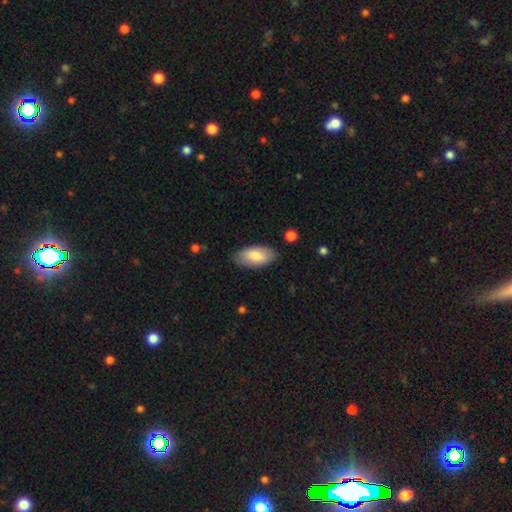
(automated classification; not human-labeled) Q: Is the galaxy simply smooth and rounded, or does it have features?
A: smooth — 84%.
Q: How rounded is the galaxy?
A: in between — 94%.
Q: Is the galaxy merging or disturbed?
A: none — 83%.